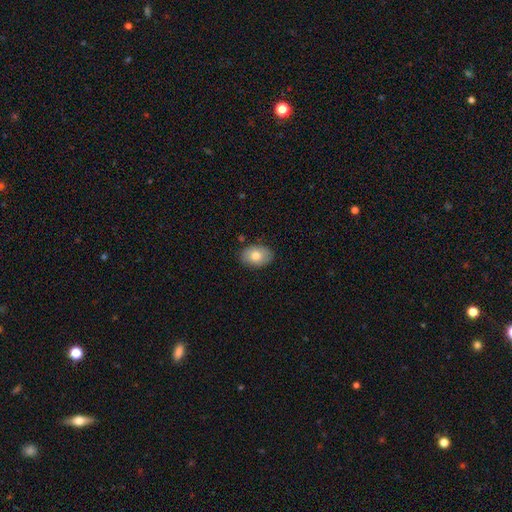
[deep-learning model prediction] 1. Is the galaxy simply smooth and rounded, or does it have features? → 78% smooth, 15% featured or disk, 7% star or artifact.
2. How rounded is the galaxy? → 81% in between, 18% round, 1% cigar-shaped.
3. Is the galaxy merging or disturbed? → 86% none, 11% minor disturbance, 2% major disturbance, 2% merger.